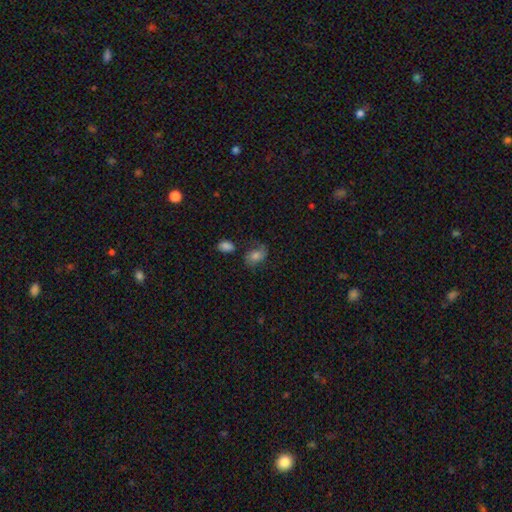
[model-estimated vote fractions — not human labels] This is likely a smooth galaxy (62%). How rounded: likely in between (80%). Merging: possibly none (57%).